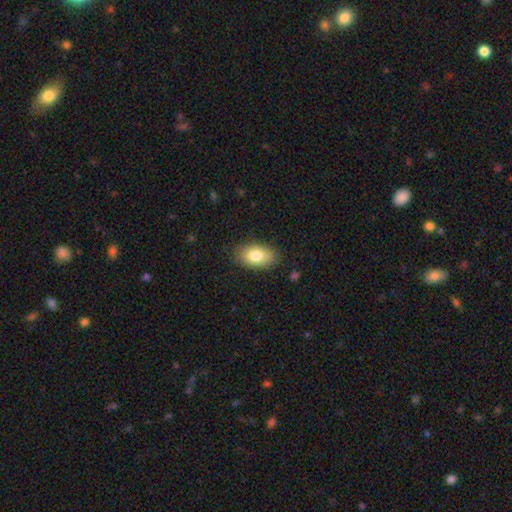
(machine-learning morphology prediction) Q: Smooth or featured?
A: smooth (80%); runner-up: featured or disk (13%)
Q: How rounded?
A: in between (91%); runner-up: round (8%)
Q: Merging?
A: none (84%); runner-up: minor disturbance (12%)